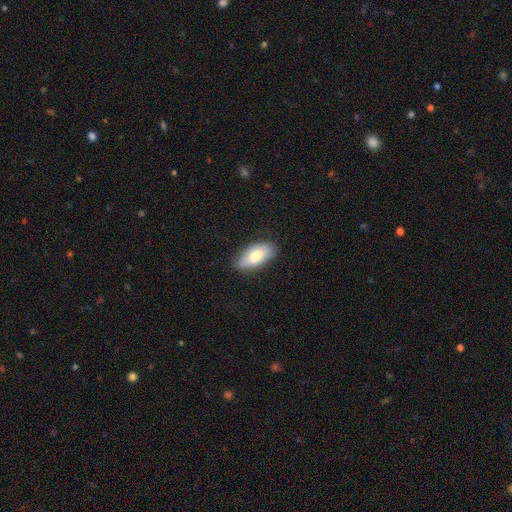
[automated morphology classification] Smooth or featured?
  - smooth: 75% *
  - featured or disk: 19%
  - star or artifact: 6%
How rounded?
  - in between: 91% *
  - cigar-shaped: 6%
  - round: 3%
Merging?
  - none: 76% *
  - minor disturbance: 19%
  - major disturbance: 3%
  - merger: 1%